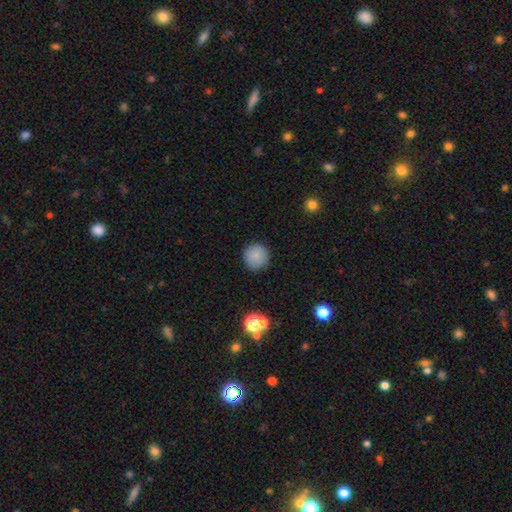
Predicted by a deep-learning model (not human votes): Smooth or featured? smooth (84%)
How rounded? round (94%)
Merging? none (89%)